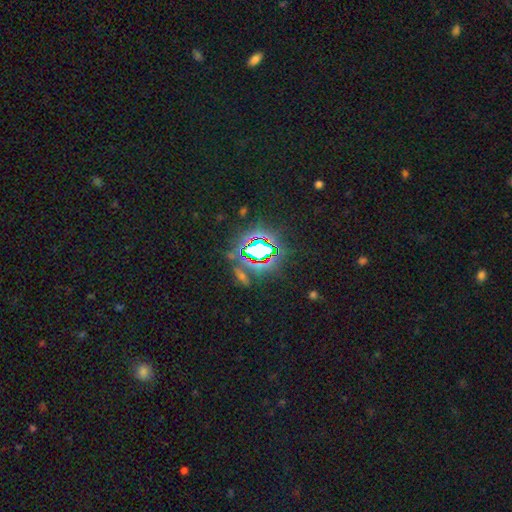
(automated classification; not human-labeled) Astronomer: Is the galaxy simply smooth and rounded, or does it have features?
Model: star or artifact — 73%.